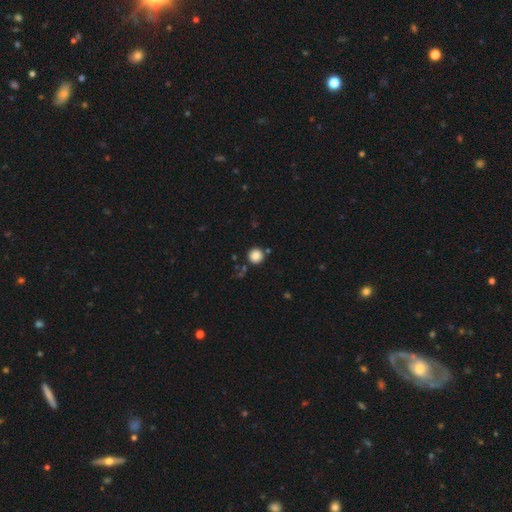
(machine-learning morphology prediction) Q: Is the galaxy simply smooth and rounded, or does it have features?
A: smooth — 86%.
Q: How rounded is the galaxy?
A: round — 95%.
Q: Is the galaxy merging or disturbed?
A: none — 85%.